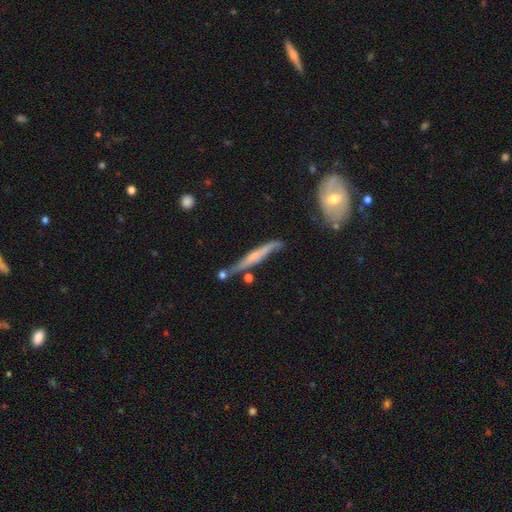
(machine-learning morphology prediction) Smooth or featured? featured or disk (61%)
Edge-on disk? yes (87%)
Edge-on bulge? none (45%)
Merging? none (58%)